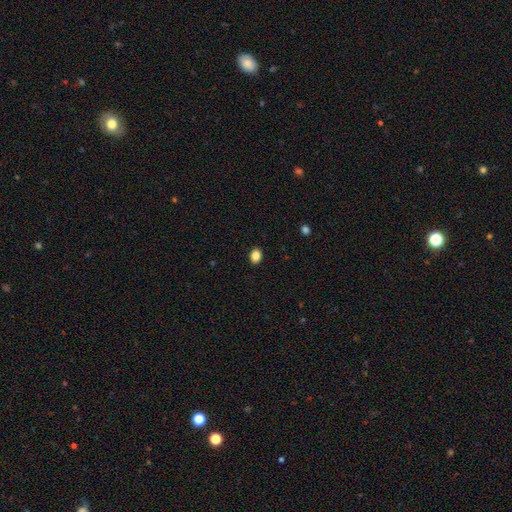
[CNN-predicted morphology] Smooth or featured? smooth (86%)
How rounded? in between (63%)
Merging? none (90%)